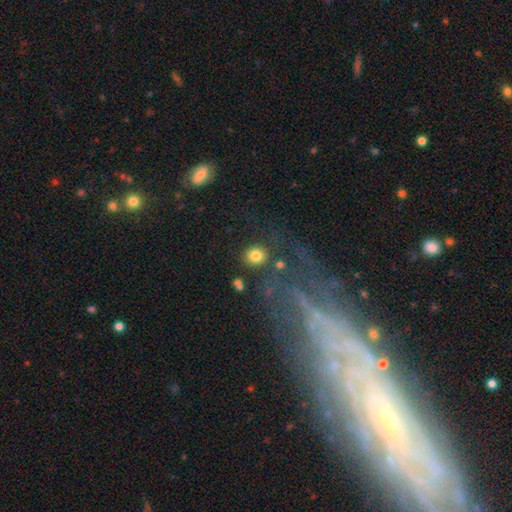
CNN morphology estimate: Smooth or featured? smooth (81%)
How rounded? round (85%)
Merging? none (80%)